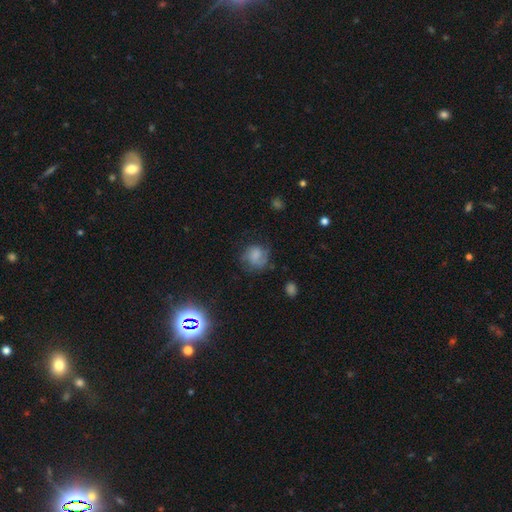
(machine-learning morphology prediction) A smooth galaxy with no disk features (53%) that is round (71%). Merging: none (53%).